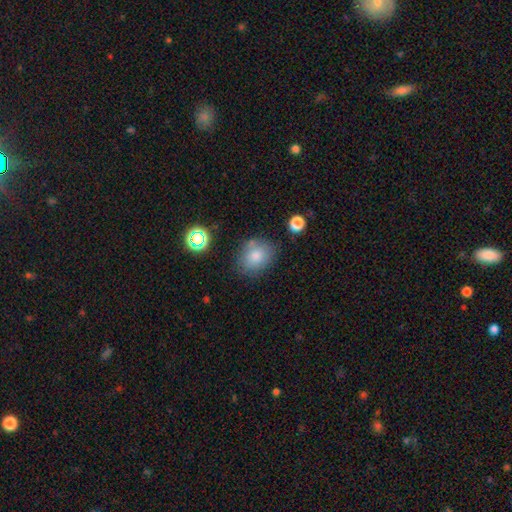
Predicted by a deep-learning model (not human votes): A smooth galaxy with no disk features (79%) that is in between round and cigar-shaped (50%). Merging: none (69%).